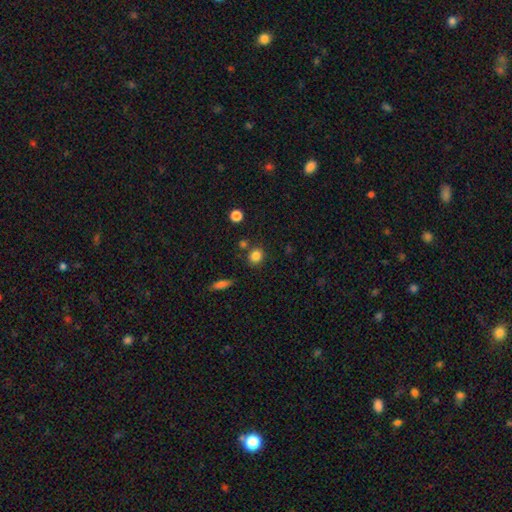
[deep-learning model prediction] A smooth galaxy with no disk features (83%) that is round (77%). Merging: none (79%).